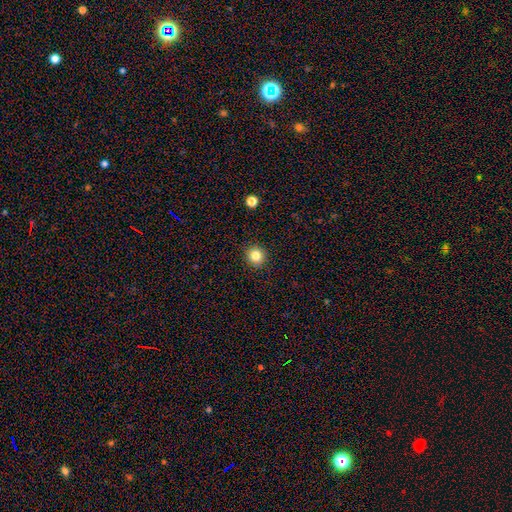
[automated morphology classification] A smooth galaxy with no disk features (83%) that is round (92%).

Vote fractions:
- Smooth or featured? smooth: 83% / star or artifact: 11% / featured or disk: 6%
- How rounded? round: 92% / in between: 7% / cigar-shaped: 1%
- Merging? none: 92% / minor disturbance: 5% / major disturbance: 2% / merger: 1%